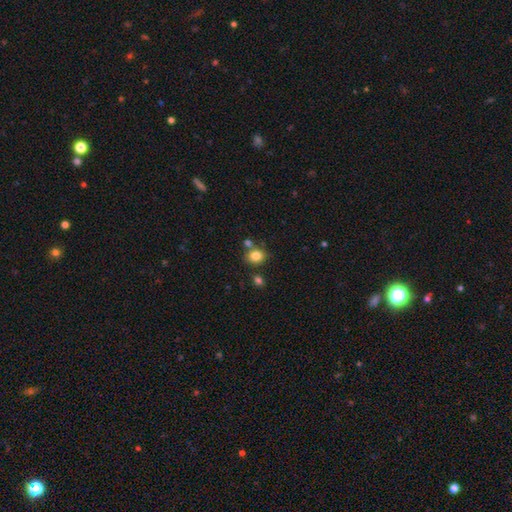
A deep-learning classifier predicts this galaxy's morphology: Smooth or featured? Predicted: smooth (p=0.82). How rounded? Predicted: round (p=0.56). Merging? Predicted: none (p=0.69).